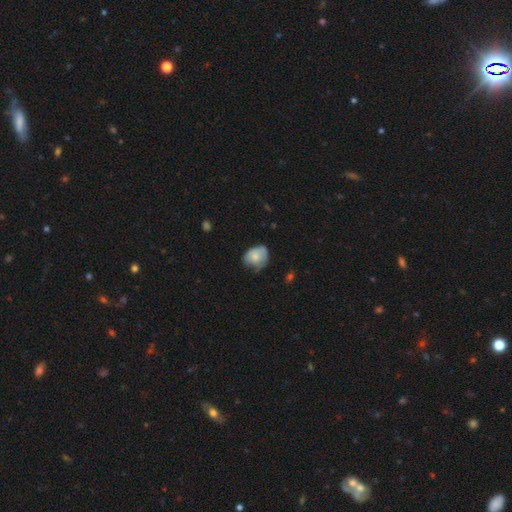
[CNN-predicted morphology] Smooth or featured? smooth (69%)
How rounded? in between (53%)
Merging? none (42%)